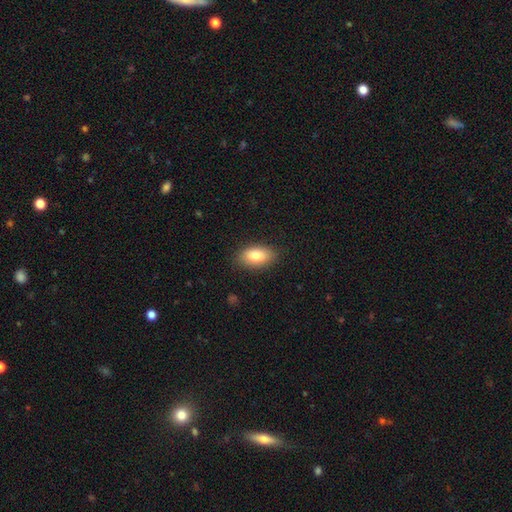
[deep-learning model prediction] The model was most divided on "smooth or featured": smooth: 81%, featured or disk: 12%, star or artifact: 7%. More confident: how rounded — in between (91%); merging — none (86%).